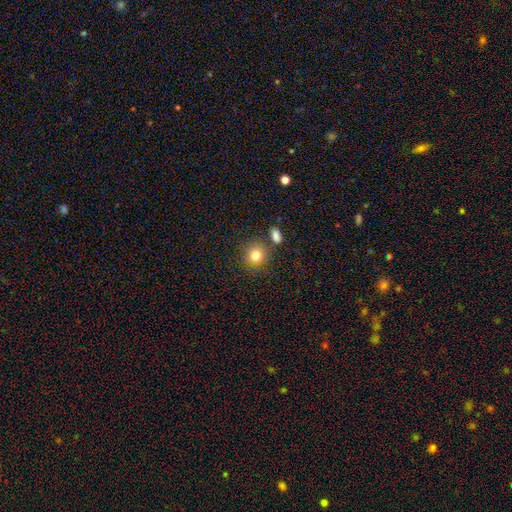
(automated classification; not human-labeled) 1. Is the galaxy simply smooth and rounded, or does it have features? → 81% smooth, 11% star or artifact, 8% featured or disk.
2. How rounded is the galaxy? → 83% round, 16% in between, 1% cigar-shaped.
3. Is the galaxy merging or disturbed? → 73% none, 12% minor disturbance, 11% merger, 4% major disturbance.